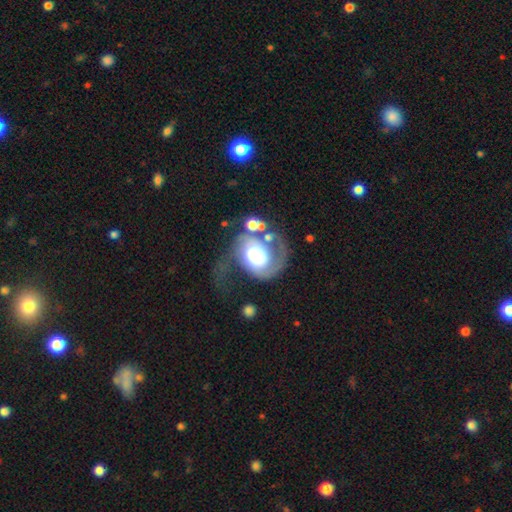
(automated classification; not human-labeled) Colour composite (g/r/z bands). It shows a featured or disk galaxy (75%) with no bar (70%), 2 (71%) medium (41%) spiral arms (91%) and a large central bulge (47%). Merging: major disturbance (37%).